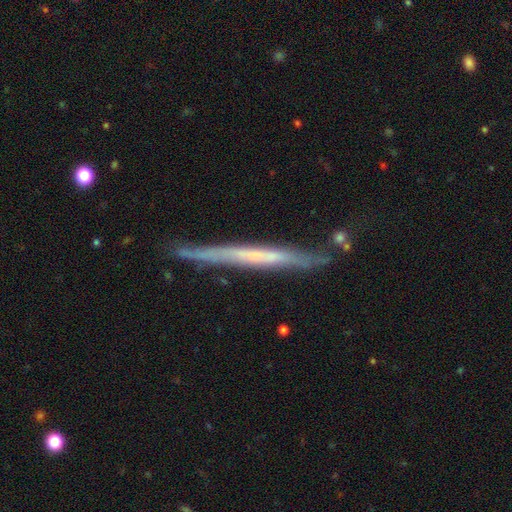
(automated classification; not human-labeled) Smooth or featured? featured or disk (62%)
Edge-on disk? yes (95%)
Edge-on bulge? none (84%)
Merging? none (80%)